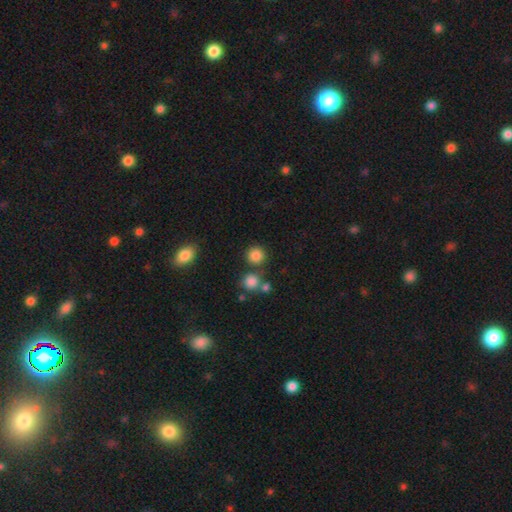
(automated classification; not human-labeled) smooth_or_featured: smooth (p=0.84) [alt: star or artifact p=0.12]
how_rounded: round (p=0.91) [alt: in between p=0.08]
merging: none (p=0.76) [alt: merger p=0.12]